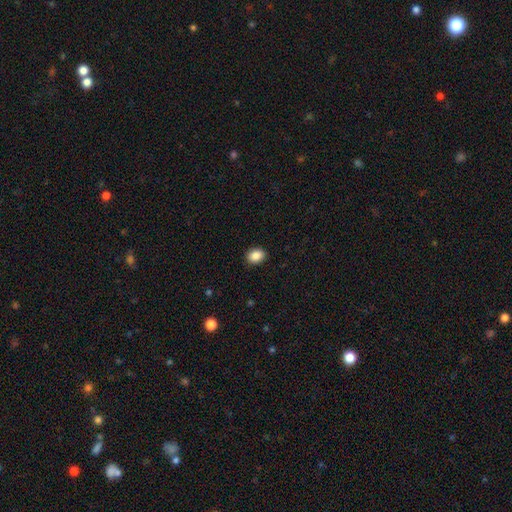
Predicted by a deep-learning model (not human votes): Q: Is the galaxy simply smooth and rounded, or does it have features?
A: smooth — 88%.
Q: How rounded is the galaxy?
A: in between — 58%.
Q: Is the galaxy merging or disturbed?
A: none — 91%.